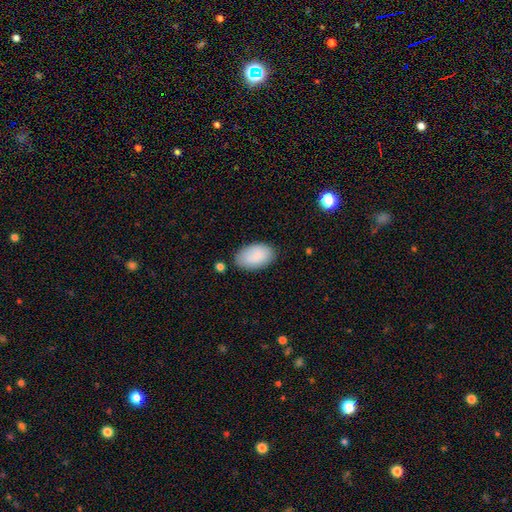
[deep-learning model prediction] smooth-or-featured: smooth: 86% | featured or disk: 8% | star or artifact: 6%
  how-rounded: in between: 94% | round: 5% | cigar-shaped: 1%
  merging: none: 79% | minor disturbance: 15% | major disturbance: 3% | merger: 3%